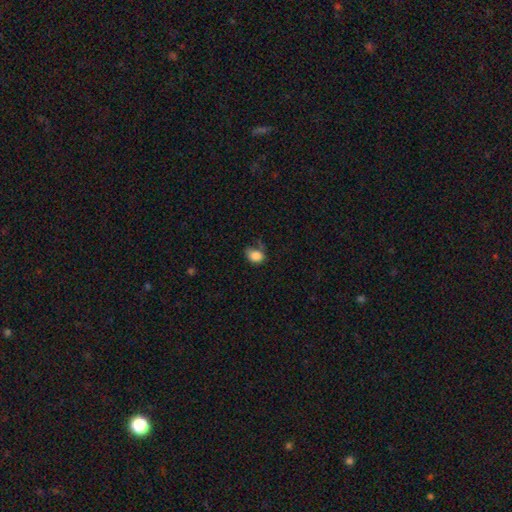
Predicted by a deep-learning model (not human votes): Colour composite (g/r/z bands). It shows a smooth galaxy with no disk features (84%) that is in between round and cigar-shaped (64%). Merging: none (48%).